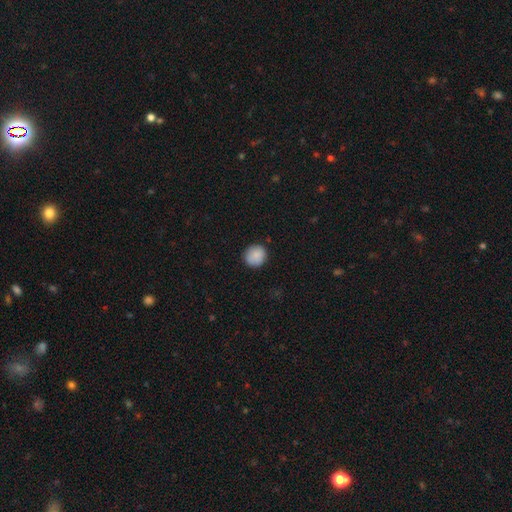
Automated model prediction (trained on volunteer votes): Smooth or featured? smooth (87%)
How rounded? round (87%)
Merging? none (86%)